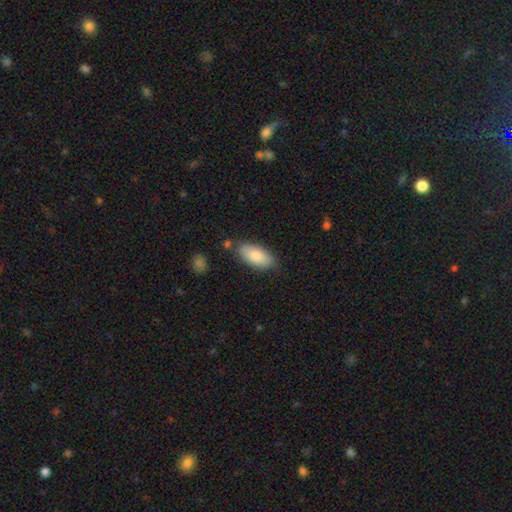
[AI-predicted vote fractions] This is clearly a smooth galaxy (83%). How rounded: clearly in between (90%). Merging: likely none (76%).